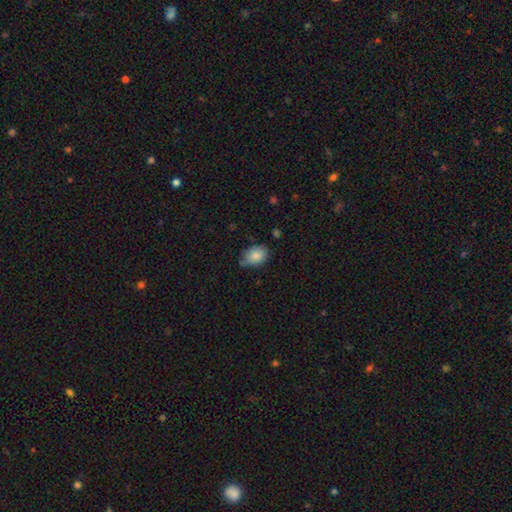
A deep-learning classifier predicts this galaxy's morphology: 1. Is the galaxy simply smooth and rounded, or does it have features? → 83% smooth, 9% featured or disk, 8% star or artifact.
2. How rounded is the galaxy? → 72% in between, 27% round, 1% cigar-shaped.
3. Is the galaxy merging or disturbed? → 56% none, 35% minor disturbance, 6% major disturbance, 3% merger.